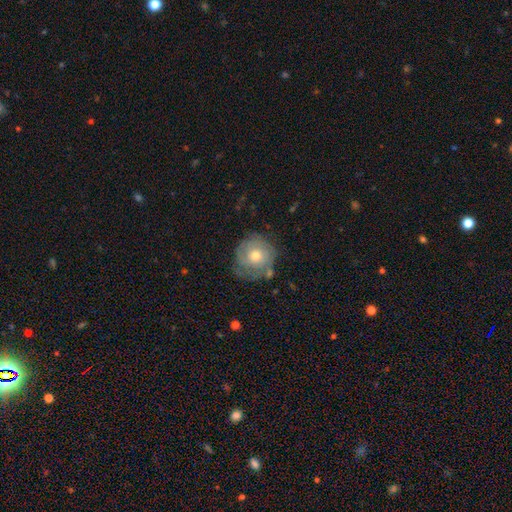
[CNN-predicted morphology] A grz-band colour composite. It shows a featured or disk galaxy (53%) with no bar (84%), spiral arms (72%) and a moderate central bulge (70%). Merging: none (66%).